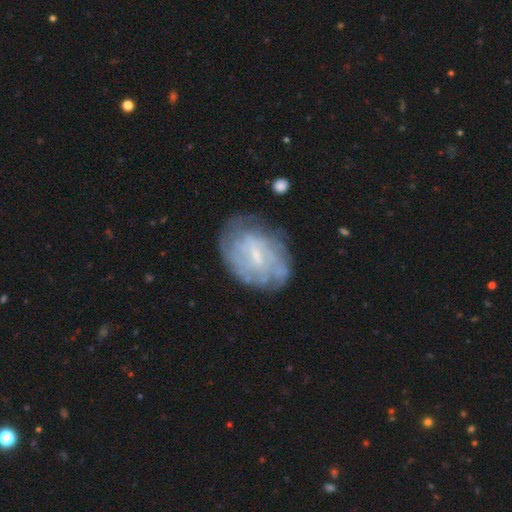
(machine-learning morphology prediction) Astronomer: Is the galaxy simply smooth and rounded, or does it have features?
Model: featured or disk — 61%.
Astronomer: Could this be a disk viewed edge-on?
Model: no — 96%.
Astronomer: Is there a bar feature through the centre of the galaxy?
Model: weak — 50% (runner-up: no, 36%).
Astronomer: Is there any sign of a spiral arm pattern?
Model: yes — 69%.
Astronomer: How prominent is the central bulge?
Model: small — 63%.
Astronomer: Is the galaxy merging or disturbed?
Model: none — 68%.